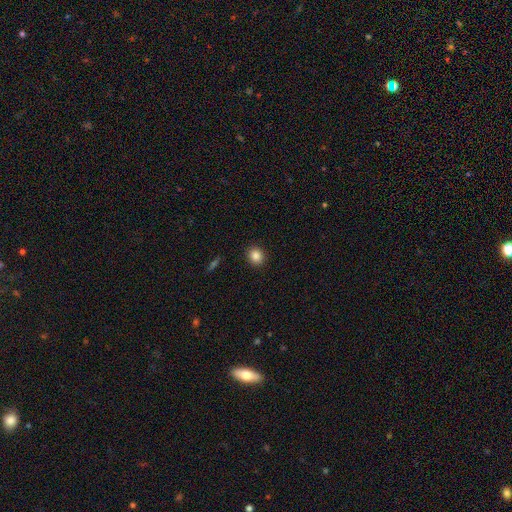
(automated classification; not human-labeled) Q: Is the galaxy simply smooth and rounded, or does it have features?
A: smooth — 85%.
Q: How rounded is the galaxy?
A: round — 72%.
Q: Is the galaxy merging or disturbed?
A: none — 91%.